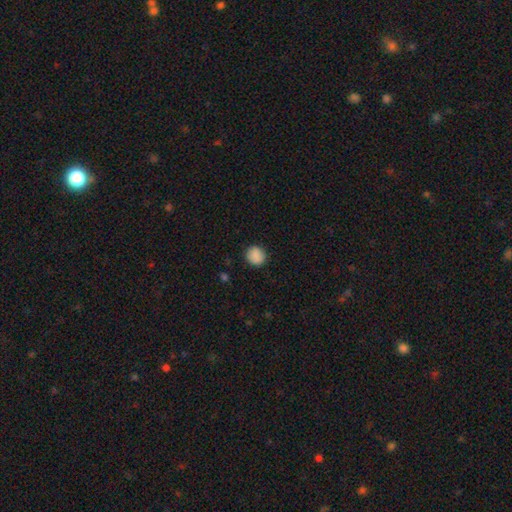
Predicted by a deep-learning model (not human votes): smooth 88%, star or artifact 8%, featured or disk 3%. Down the decision tree: how rounded — round (82%); merging — none (87%).